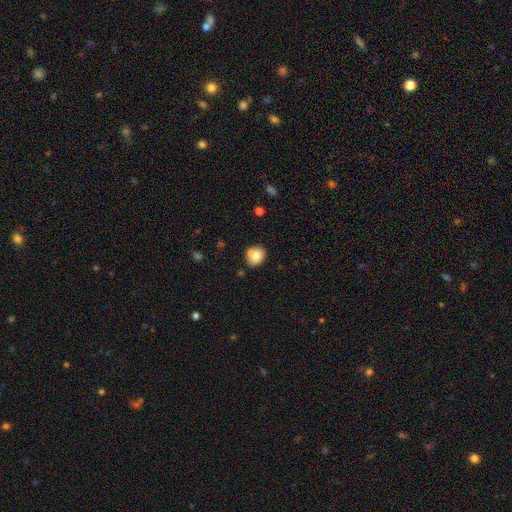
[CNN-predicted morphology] This appears to be a smooth galaxy with no disk features (80%) that is round (71%). Merging: none (75%).